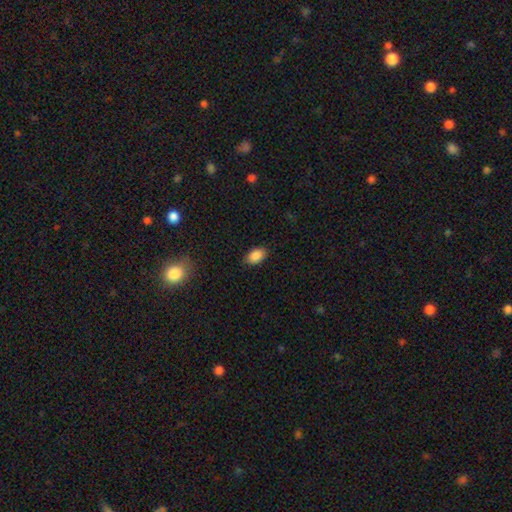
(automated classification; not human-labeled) Morphology: type=smooth (88%); roundness=in between (90%); merging=none (86%).